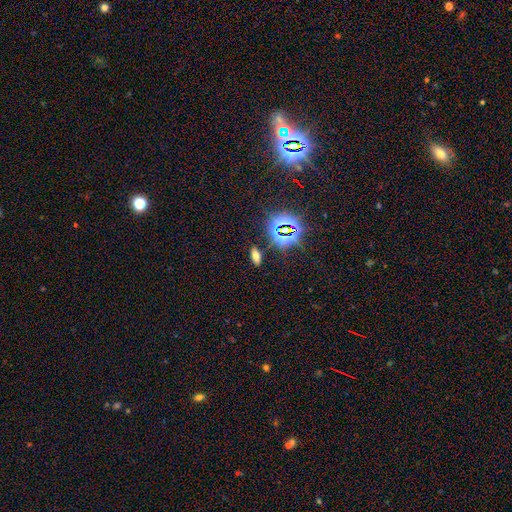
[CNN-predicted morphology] A smooth galaxy with no disk features (54%) that is in between round and cigar-shaped (80%).

Vote fractions:
- Smooth or featured? smooth: 54% / star or artifact: 31% / featured or disk: 15%
- How rounded? in between: 80% / cigar-shaped: 13% / round: 7%
- Merging? none: 86% / minor disturbance: 9% / major disturbance: 3% / merger: 2%